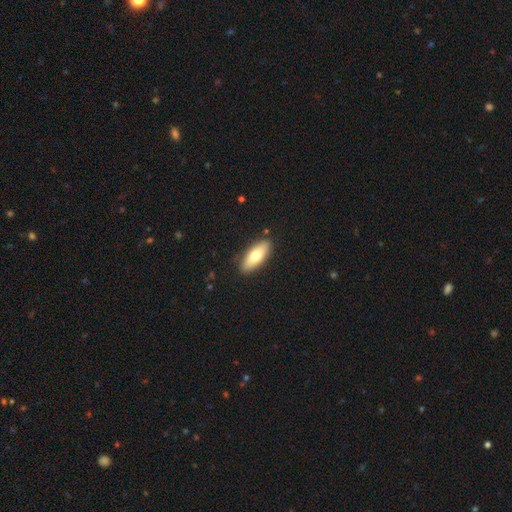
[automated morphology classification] Q: Smooth or featured?
A: smooth (69%); runner-up: featured or disk (26%)
Q: How rounded?
A: in between (76%); runner-up: cigar-shaped (21%)
Q: Merging?
A: none (88%); runner-up: minor disturbance (8%)